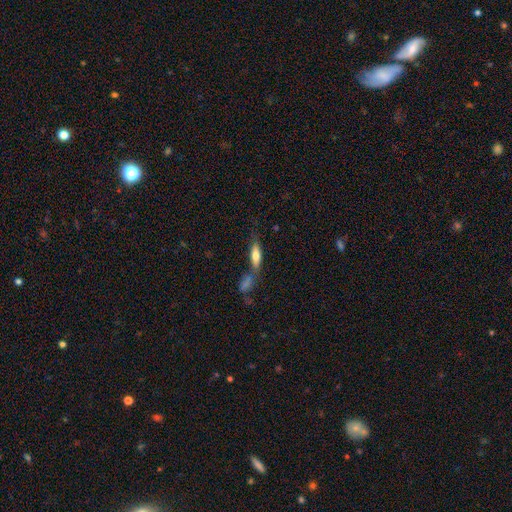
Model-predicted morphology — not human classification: Overall: smooth (65%; featured or disk 28%). How rounded: in between (51%; cigar-shaped 46%). Merging: none (52%; merger 28%).